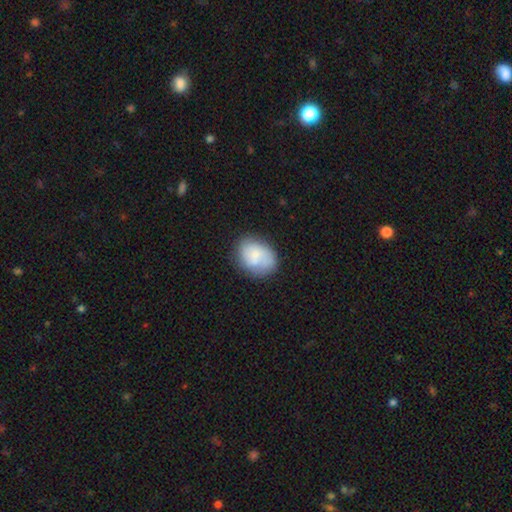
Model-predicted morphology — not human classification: Overall: smooth (71%). How rounded: in between (59%; round 40%). Merging: none (60%; minor disturbance 24%).